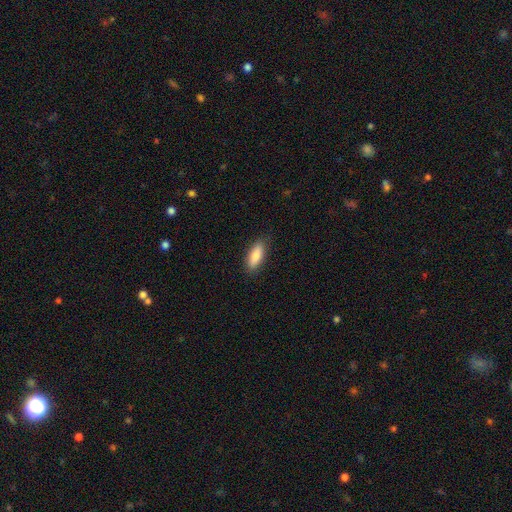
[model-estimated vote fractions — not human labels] A smooth galaxy with no disk features (85%) that is in between round and cigar-shaped (67%). Merging: none (86%).